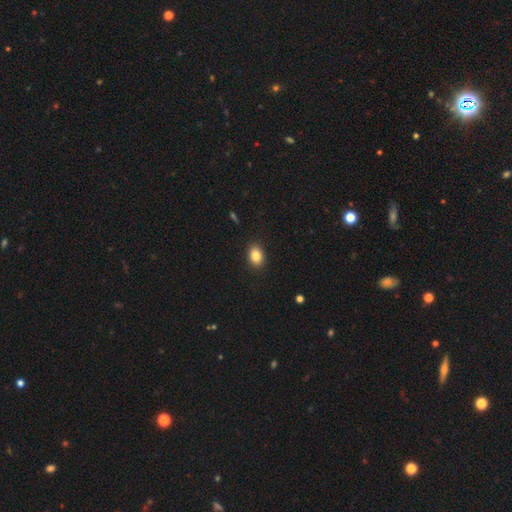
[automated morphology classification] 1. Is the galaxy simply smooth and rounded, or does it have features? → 84% smooth, 9% star or artifact, 7% featured or disk.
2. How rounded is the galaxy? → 76% in between, 23% round, 1% cigar-shaped.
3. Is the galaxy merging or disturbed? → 90% none, 8% minor disturbance, 2% major disturbance, 1% merger.